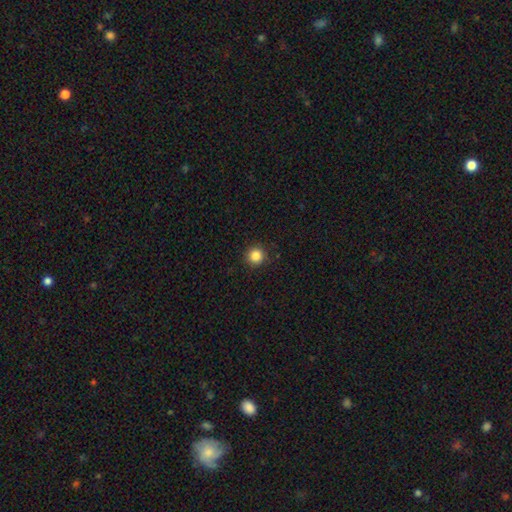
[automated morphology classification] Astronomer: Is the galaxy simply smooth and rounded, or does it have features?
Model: smooth — 85%.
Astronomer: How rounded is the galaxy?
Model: round — 95%.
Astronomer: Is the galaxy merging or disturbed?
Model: none — 92%.